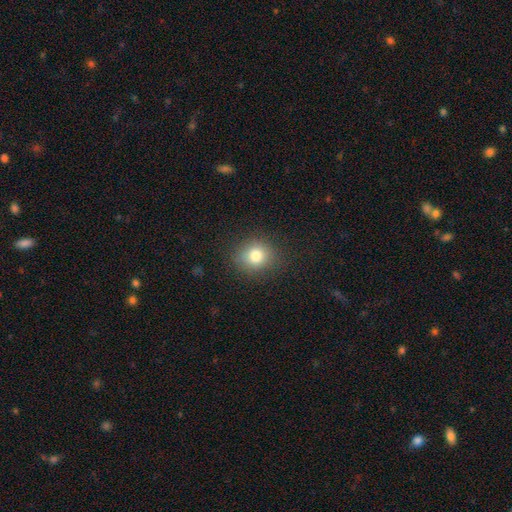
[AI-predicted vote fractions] Q: Smooth or featured?
A: smooth (79%); runner-up: star or artifact (12%)
Q: How rounded?
A: round (80%); runner-up: in between (19%)
Q: Merging?
A: none (86%); runner-up: minor disturbance (9%)